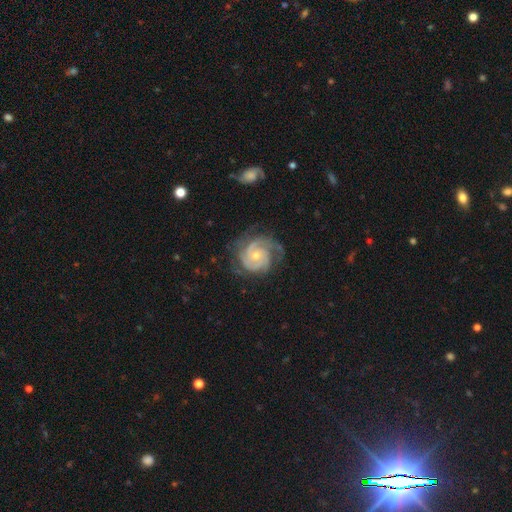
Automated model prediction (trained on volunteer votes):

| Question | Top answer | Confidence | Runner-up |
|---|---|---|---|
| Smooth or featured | featured or disk | 91% | smooth (5%) |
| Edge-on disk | no | 98% | yes (2%) |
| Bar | no | 73% | weak (22%) |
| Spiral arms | yes | 98% | no (2%) |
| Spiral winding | tight | 68% | medium (28%) |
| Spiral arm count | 3 | 41% | 2 (31%) |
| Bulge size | small | 57% | moderate (40%) |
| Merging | none | 69% | minor disturbance (20%) |